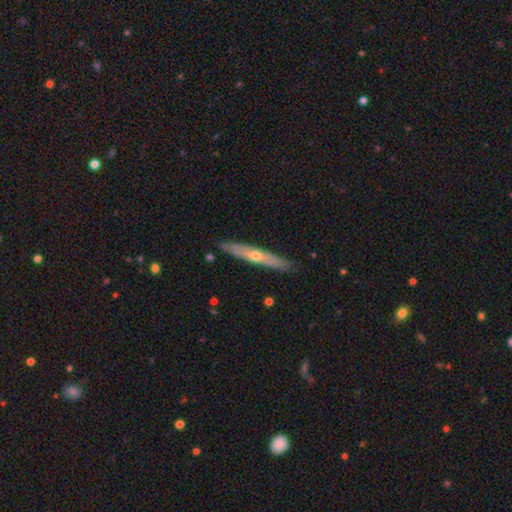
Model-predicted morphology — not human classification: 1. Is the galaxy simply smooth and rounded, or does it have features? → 62% featured or disk, 32% smooth, 6% star or artifact.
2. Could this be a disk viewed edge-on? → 87% yes, 13% no.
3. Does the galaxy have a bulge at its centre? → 77% rounded, 21% none, 2% boxy.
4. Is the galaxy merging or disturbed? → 88% none, 9% minor disturbance, 2% major disturbance, 1% merger.